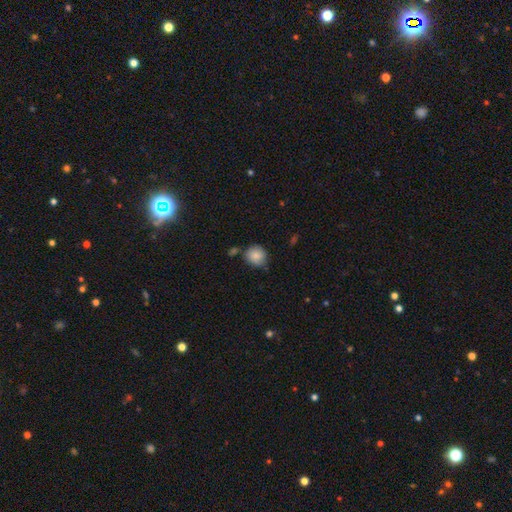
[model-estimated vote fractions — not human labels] smooth-or-featured: smooth: 86% | star or artifact: 8% | featured or disk: 6%
  how-rounded: round: 86% | in between: 13% | cigar-shaped: 1%
  merging: none: 68% | minor disturbance: 21% | merger: 7% | major disturbance: 4%